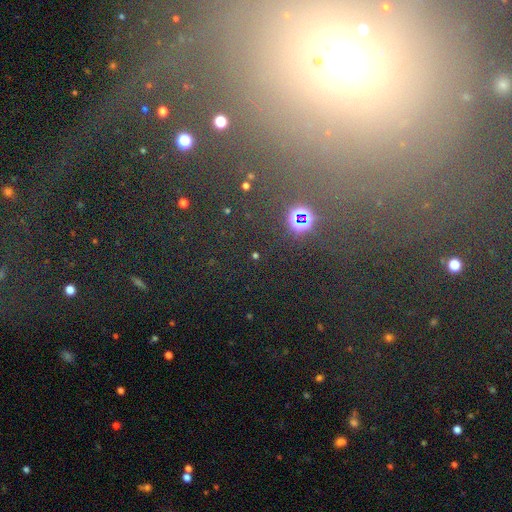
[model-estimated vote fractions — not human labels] Smooth or featured?
  - star or artifact: 74% *
  - smooth: 16%
  - featured or disk: 10%